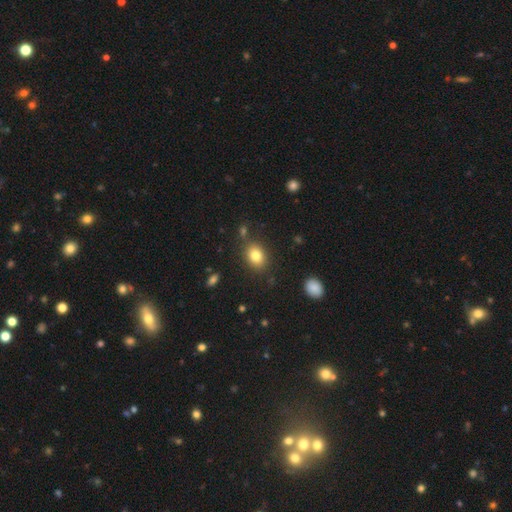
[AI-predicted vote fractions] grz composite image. It shows a smooth galaxy with no disk features (81%) that is in between round and cigar-shaped (64%). Merging: none (82%).